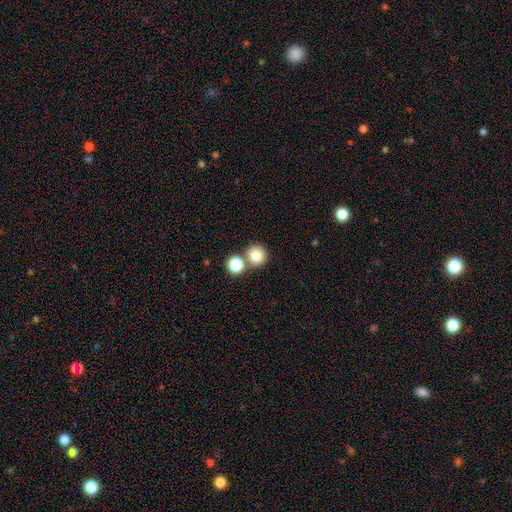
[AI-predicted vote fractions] The model was most divided on "merging": none: 65%, merger: 26%, minor disturbance: 7%, major disturbance: 3%. More confident: how rounded — round (93%); smooth or featured — smooth (81%).